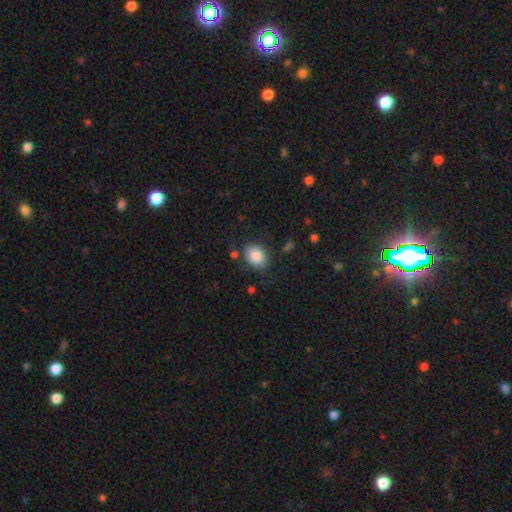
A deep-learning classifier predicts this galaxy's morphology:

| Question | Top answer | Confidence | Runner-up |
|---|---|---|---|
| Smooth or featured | smooth | 86% | star or artifact (8%) |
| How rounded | in between | 66% | round (33%) |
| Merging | none | 79% | minor disturbance (13%) |